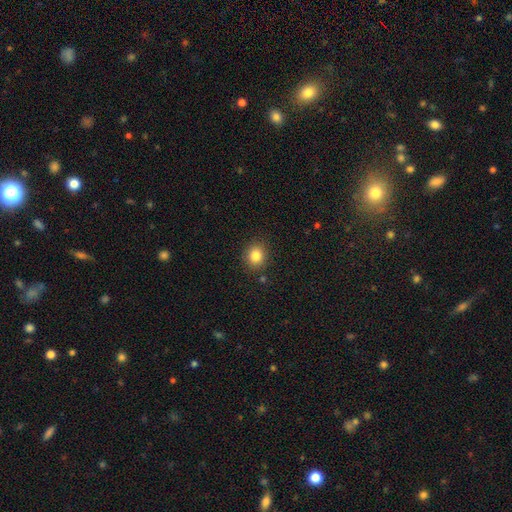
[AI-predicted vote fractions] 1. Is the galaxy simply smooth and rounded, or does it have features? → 84% smooth, 11% star or artifact, 6% featured or disk.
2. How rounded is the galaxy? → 72% round, 27% in between, 1% cigar-shaped.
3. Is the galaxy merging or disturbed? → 86% none, 9% minor disturbance, 3% major disturbance, 2% merger.